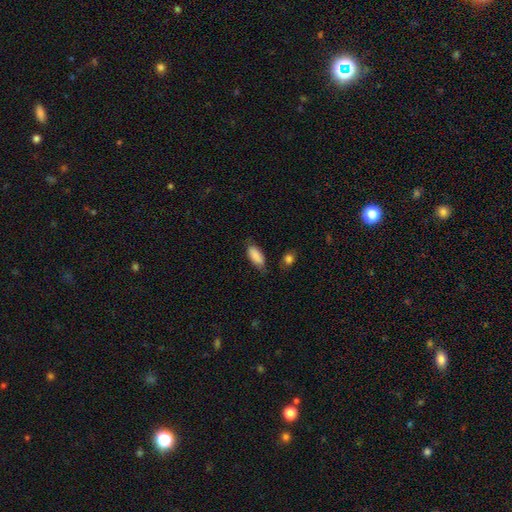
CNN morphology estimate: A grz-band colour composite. It shows a smooth galaxy with no disk features (87%) that is in between round and cigar-shaped (84%). Merging: none (68%).